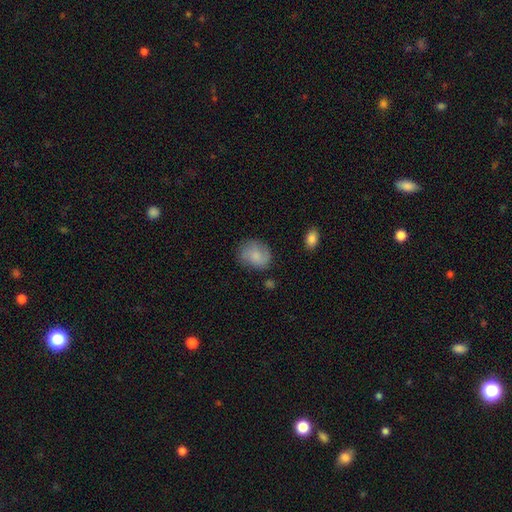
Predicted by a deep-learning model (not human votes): This is likely a smooth galaxy (69%). How rounded: possibly round (57%). Merging: likely none (70%).